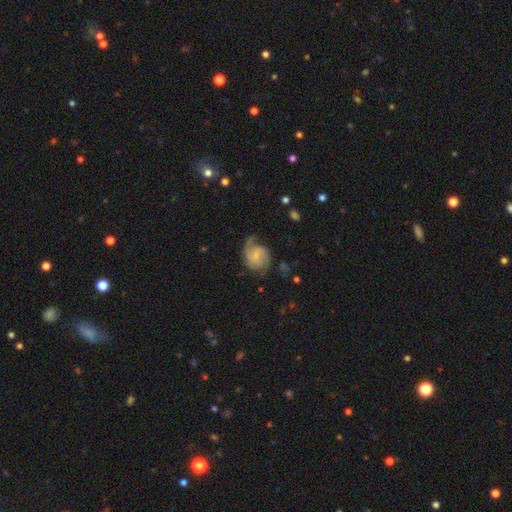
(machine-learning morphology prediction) This is likely a featured or disk galaxy (73%). It is clearly not viewed edge-on (98%). Bar: possibly no (50%). Spiral arm pattern: clearly yes (94%). Spiral arm count: likely 2 (61%). Spiral winding: possibly medium (46%). Central bulge: possibly small (60%). Merging: possibly none (54%).